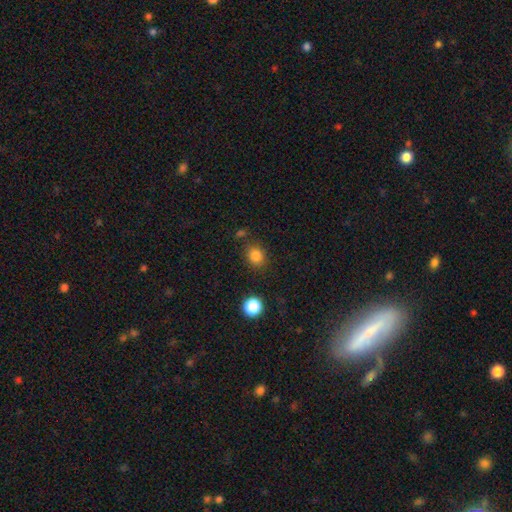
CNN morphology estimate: smooth_or_featured: smooth (p=0.83) [alt: star or artifact p=0.13]
how_rounded: round (p=0.73) [alt: in between p=0.26]
merging: none (p=0.81) [alt: minor disturbance p=0.11]